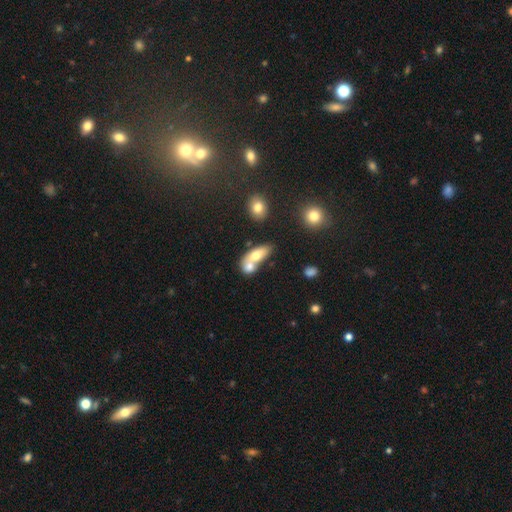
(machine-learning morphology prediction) The model was most divided on "smooth or featured": smooth: 67%, featured or disk: 25%, star or artifact: 8%. More confident: how rounded — in between (77%); merging — merger (68%).